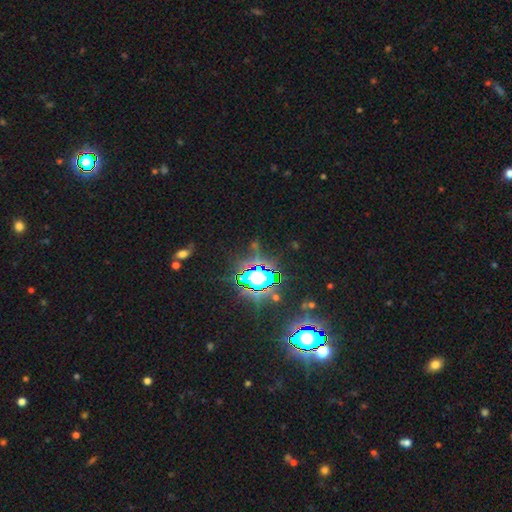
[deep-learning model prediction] Overall: star or artifact (82%).